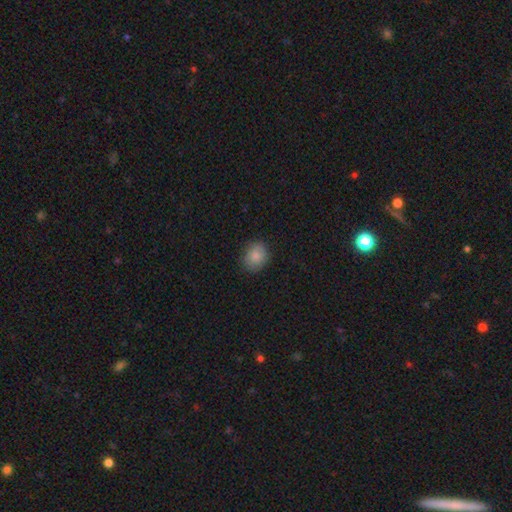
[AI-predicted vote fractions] smooth 85%, star or artifact 9%, featured or disk 6%. Down the decision tree: how rounded — round (67%); merging — none (82%).